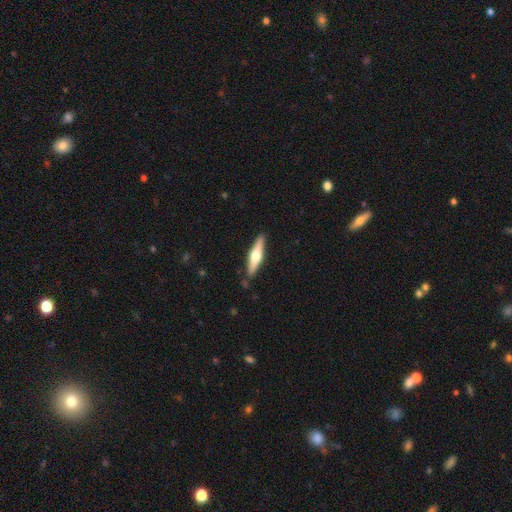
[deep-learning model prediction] Smooth or featured?
  - featured or disk: 53% *
  - smooth: 42%
  - star or artifact: 5%
Edge-on disk?
  - yes: 95% *
  - no: 5%
Edge-on bulge?
  - rounded: 93% *
  - boxy: 4%
  - none: 3%
Merging?
  - none: 87% *
  - minor disturbance: 9%
  - merger: 2%
  - major disturbance: 2%